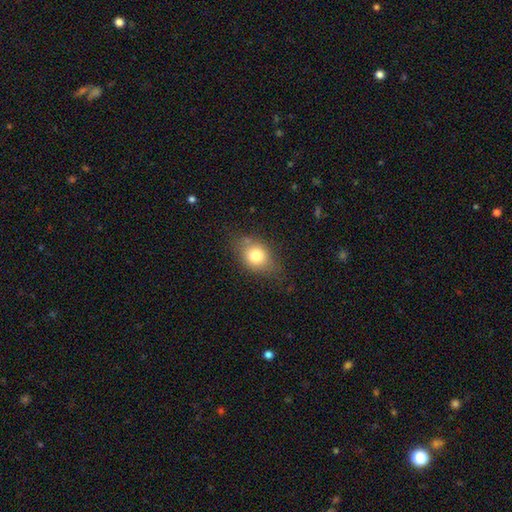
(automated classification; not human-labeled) The model was most divided on "how rounded": in between: 59%, round: 40%, cigar-shaped: 2%. More confident: smooth or featured — smooth (75%); merging — none (67%).